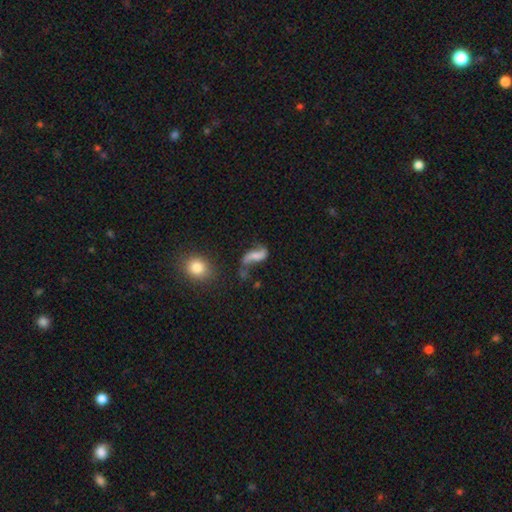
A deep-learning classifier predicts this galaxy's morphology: The model was most divided on "bulge size": none: 42%, small: 33%, moderate: 18%, large: 5%, dominant: 2%. Remaining: edge-on disk — no (92%); spiral arms — yes (83%); smooth or featured — featured or disk (58%); bar — no (49%); merging — none (41%).